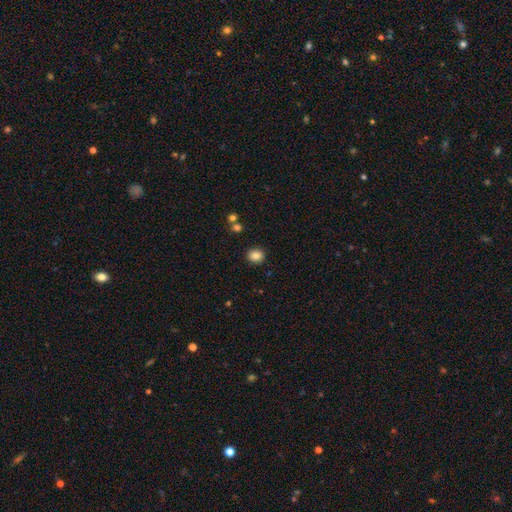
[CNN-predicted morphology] Smooth or featured?
  - smooth: 84% *
  - star or artifact: 10%
  - featured or disk: 6%
How rounded?
  - round: 70% *
  - in between: 29%
  - cigar-shaped: 1%
Merging?
  - none: 89% *
  - minor disturbance: 7%
  - merger: 2%
  - major disturbance: 2%